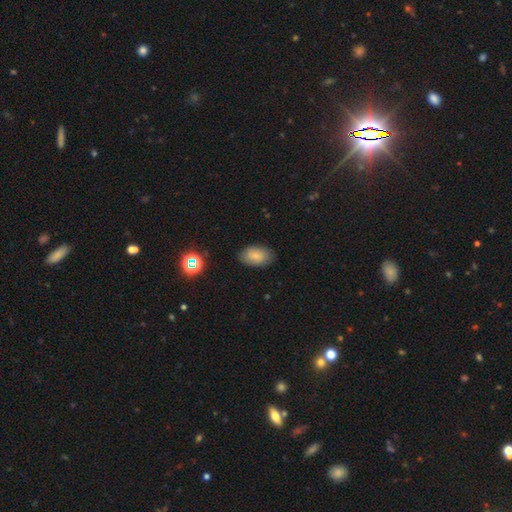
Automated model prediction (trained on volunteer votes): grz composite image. It shows a smooth galaxy with no disk features (78%) that is in between round and cigar-shaped (90%). Merging: none (82%).